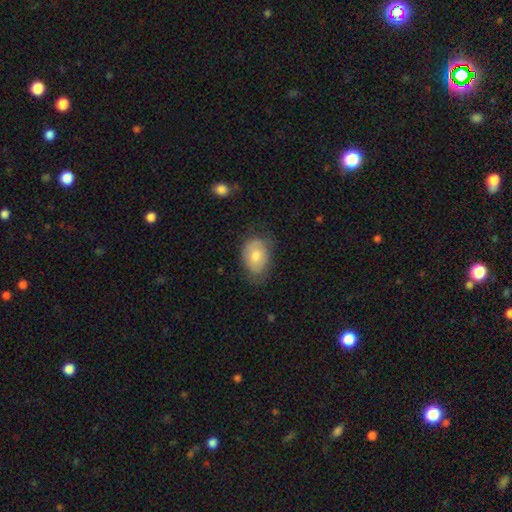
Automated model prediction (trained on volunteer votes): Smooth or featured? Predicted: smooth (p=0.71). How rounded? Predicted: in between (p=0.81). Merging? Predicted: none (p=0.64).